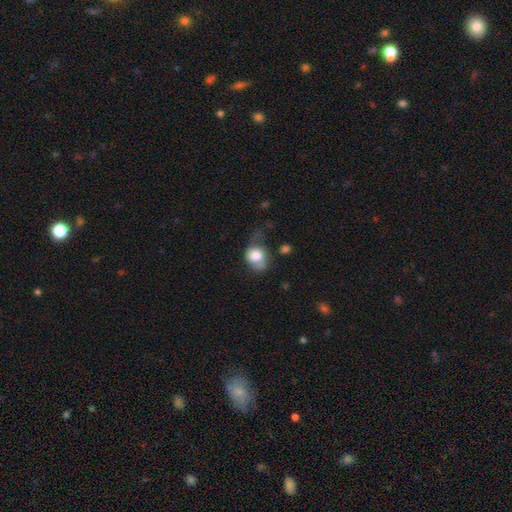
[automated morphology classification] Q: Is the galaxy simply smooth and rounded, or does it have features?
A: smooth — 75%.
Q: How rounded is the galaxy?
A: round — 56%.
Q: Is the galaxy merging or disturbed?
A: none — 35%, tied with minor disturbance.